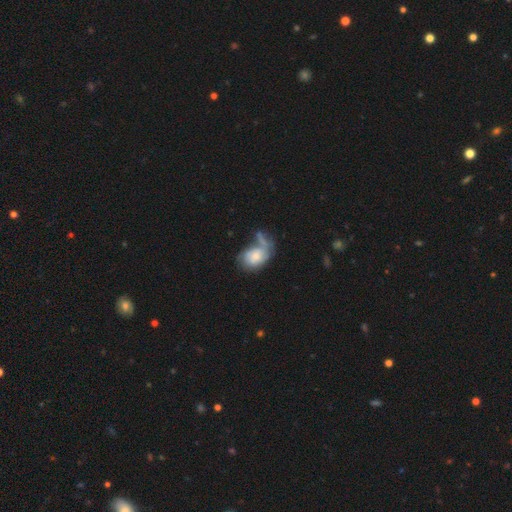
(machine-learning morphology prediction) A smooth galaxy with no disk features (47%).

Vote fractions:
- Smooth or featured? smooth: 47% / featured or disk: 45% / star or artifact: 7%
- Merging? merger: 28% / major disturbance: 27% / none: 25% / minor disturbance: 20%